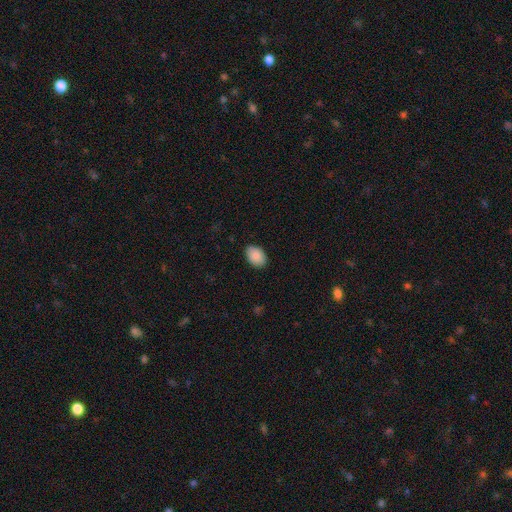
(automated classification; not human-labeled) Q: Smooth or featured?
A: smooth (89%); runner-up: star or artifact (7%)
Q: How rounded?
A: in between (84%); runner-up: round (15%)
Q: Merging?
A: none (87%); runner-up: minor disturbance (10%)